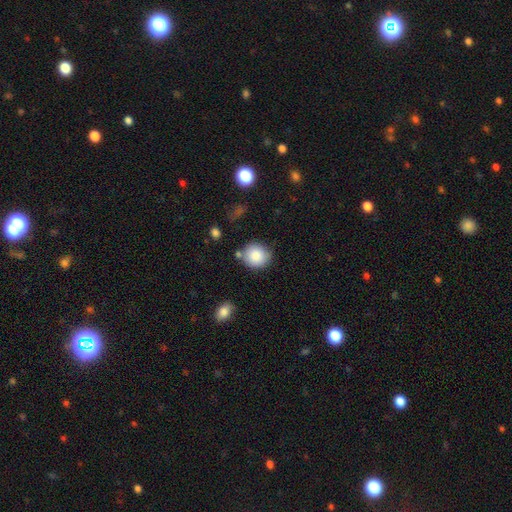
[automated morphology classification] type=smooth (86%); roundness=round (88%); merging=none (76%).